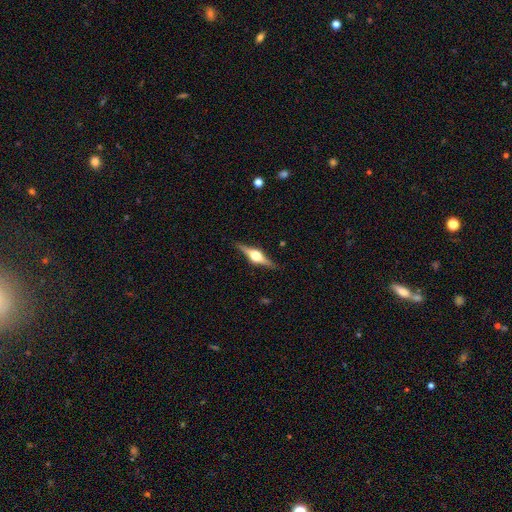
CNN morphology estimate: A featured or disk galaxy (80%) viewed edge-on (98%) with a rounded central bulge (94%).

Vote fractions:
- Smooth or featured? featured or disk: 80% / smooth: 14% / star or artifact: 6%
- Edge-on disk? yes: 98% / no: 2%
- Edge-on bulge? rounded: 94% / boxy: 4% / none: 1%
- Merging? none: 89% / minor disturbance: 8% / major disturbance: 2% / merger: 1%